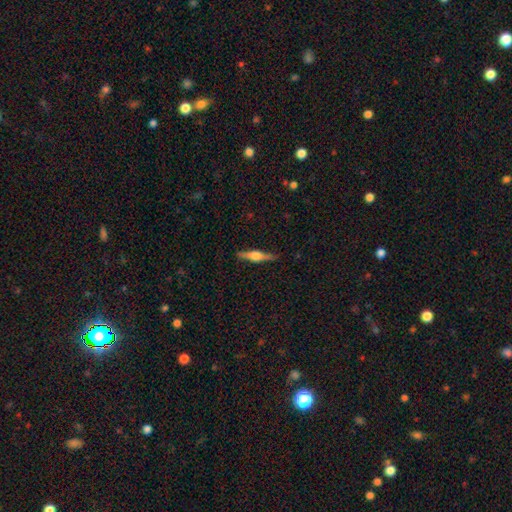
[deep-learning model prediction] Smooth or featured?
  - featured or disk: 70% *
  - smooth: 25%
  - star or artifact: 6%
Edge-on disk?
  - yes: 98% *
  - no: 2%
Edge-on bulge?
  - rounded: 91% *
  - boxy: 7%
  - none: 2%
Merging?
  - none: 90% *
  - minor disturbance: 8%
  - major disturbance: 2%
  - merger: 1%